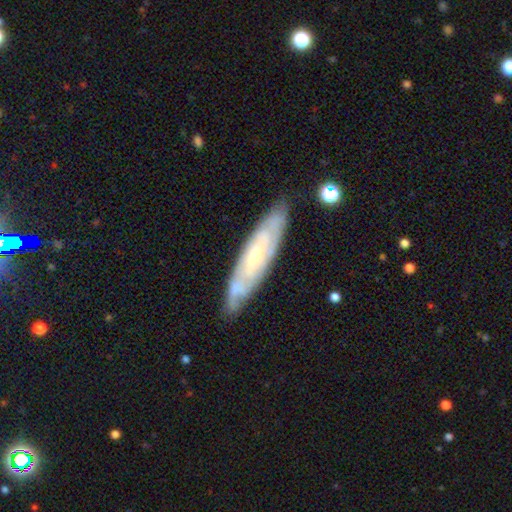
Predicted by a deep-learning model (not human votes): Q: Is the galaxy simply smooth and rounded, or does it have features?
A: featured or disk — 76%.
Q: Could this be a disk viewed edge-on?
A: no — 71%.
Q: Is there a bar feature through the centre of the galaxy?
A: no — 54%.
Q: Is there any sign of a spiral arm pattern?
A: yes — 89%.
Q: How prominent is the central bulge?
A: small — 64%.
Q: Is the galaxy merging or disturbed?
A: none — 79%.